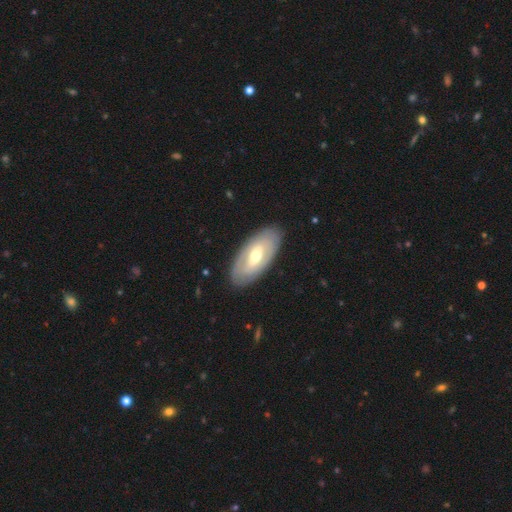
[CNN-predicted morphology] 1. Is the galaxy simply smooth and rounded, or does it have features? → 62% featured or disk, 33% smooth, 5% star or artifact.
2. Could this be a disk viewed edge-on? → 86% no, 14% yes.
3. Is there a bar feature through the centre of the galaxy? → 39% no (tied), 39% weak (tied), 23% strong.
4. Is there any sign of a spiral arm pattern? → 58% no, 42% yes.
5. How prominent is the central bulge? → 69% moderate, 23% small, 7% large, 1% dominant, 1% none.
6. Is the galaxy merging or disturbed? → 86% none, 10% minor disturbance, 3% major disturbance, 1% merger.